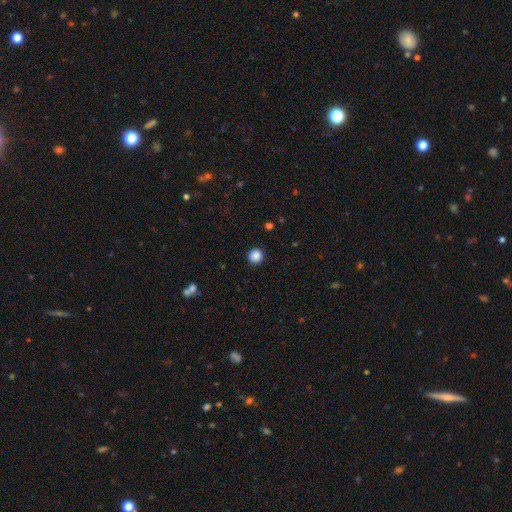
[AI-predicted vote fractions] Q: Smooth or featured?
A: smooth (88%); runner-up: star or artifact (10%)
Q: How rounded?
A: round (94%); runner-up: in between (5%)
Q: Merging?
A: none (92%); runner-up: minor disturbance (5%)